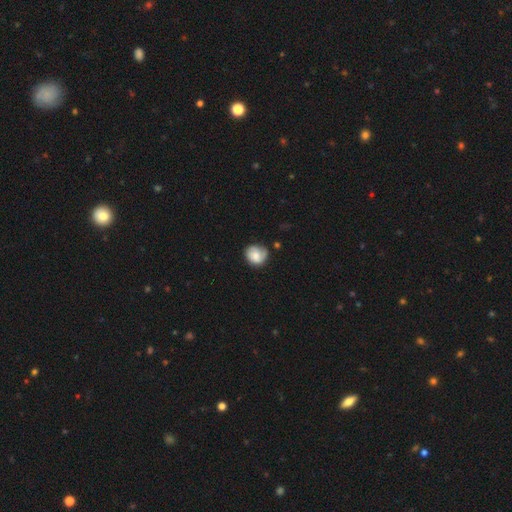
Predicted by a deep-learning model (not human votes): A smooth galaxy with no disk features (56%) that is round (78%).

Vote fractions:
- Smooth or featured? smooth: 56% / featured or disk: 36% / star or artifact: 8%
- How rounded? round: 78% / in between: 21% / cigar-shaped: 1%
- Merging? none: 62% / minor disturbance: 28% / major disturbance: 8% / merger: 3%